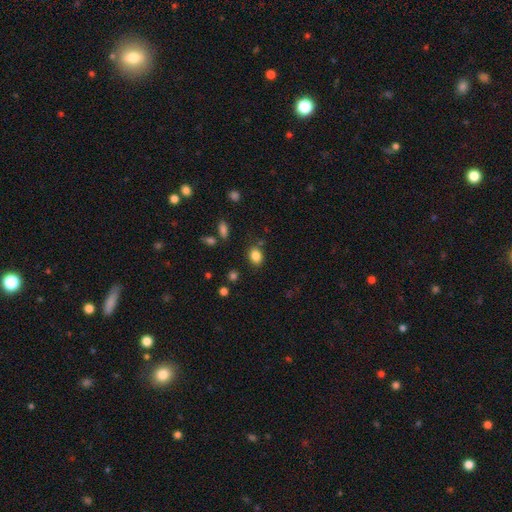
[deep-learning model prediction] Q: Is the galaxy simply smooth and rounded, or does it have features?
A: smooth — 84%.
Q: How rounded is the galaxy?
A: in between — 63%.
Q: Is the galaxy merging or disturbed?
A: none — 79%.